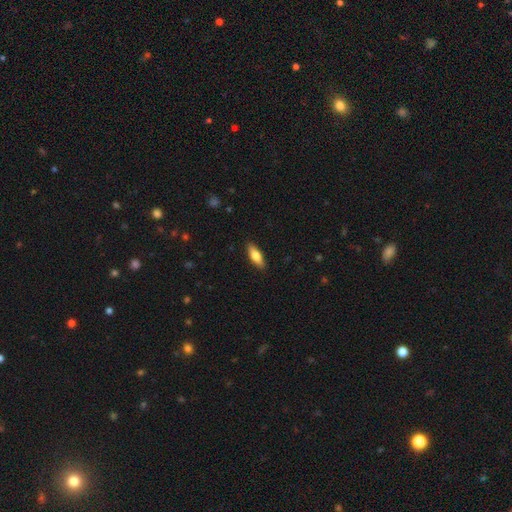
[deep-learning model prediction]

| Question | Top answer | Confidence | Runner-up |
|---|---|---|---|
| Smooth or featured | smooth | 73% | featured or disk (21%) |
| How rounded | in between | 61% | cigar-shaped (37%) |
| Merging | none | 89% | minor disturbance (8%) |